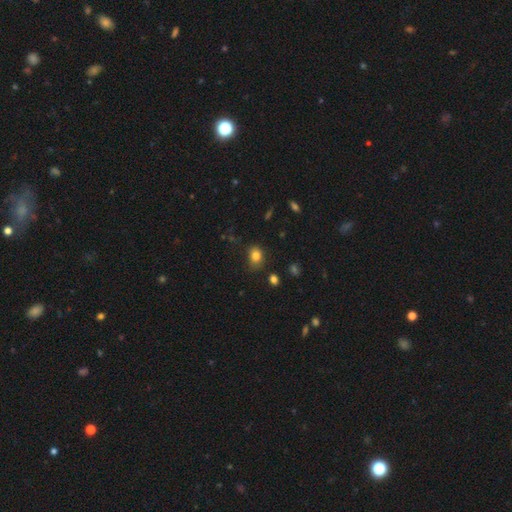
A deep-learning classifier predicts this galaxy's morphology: smooth 81%, star or artifact 12%, featured or disk 7%. Down the decision tree: how rounded — in between (55%); merging — none (71%).